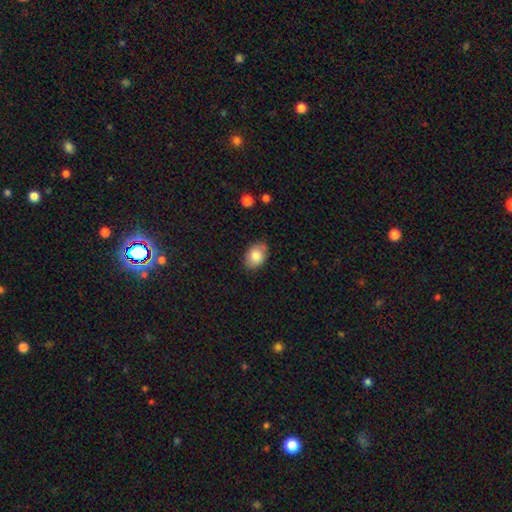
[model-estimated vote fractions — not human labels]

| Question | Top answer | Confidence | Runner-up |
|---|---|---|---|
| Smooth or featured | smooth | 82% | featured or disk (10%) |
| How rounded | in between | 75% | round (24%) |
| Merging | none | 79% | minor disturbance (17%) |